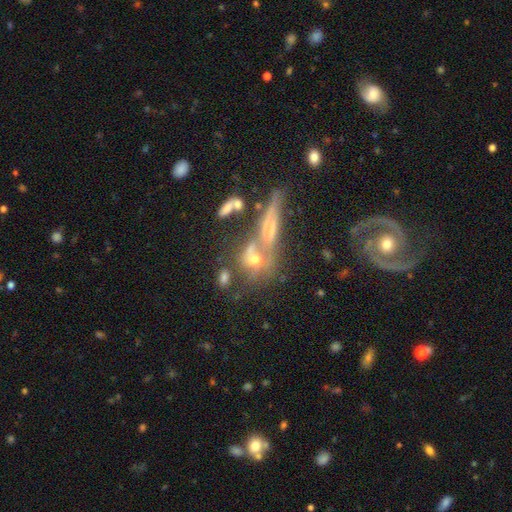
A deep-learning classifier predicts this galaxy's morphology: The model was most divided on "merging": merger: 39%, none: 36%, minor disturbance: 14%, major disturbance: 11%. Remaining: smooth or featured — featured or disk (42%).